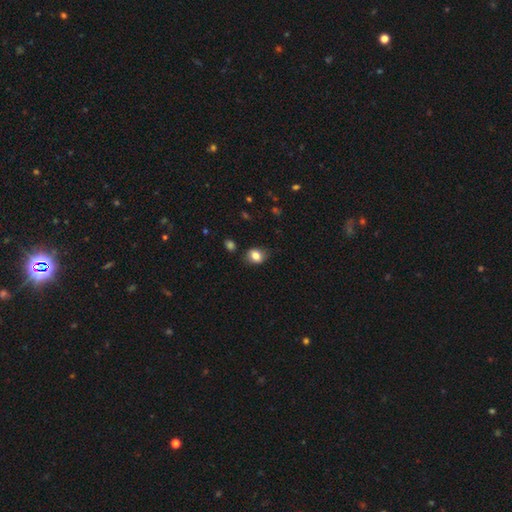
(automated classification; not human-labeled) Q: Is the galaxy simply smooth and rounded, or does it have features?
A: smooth — 82%.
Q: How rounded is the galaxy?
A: in between — 53%.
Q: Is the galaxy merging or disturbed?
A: none — 73%.